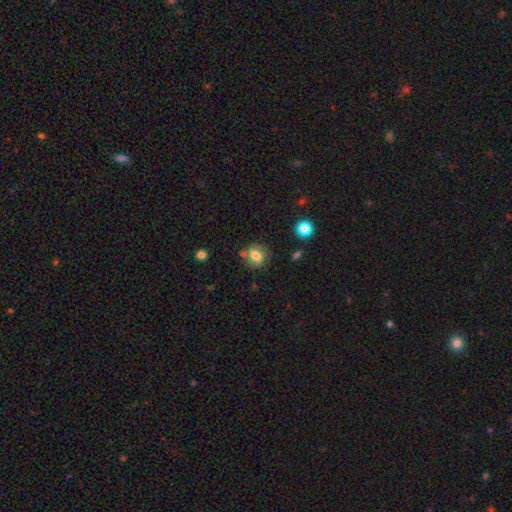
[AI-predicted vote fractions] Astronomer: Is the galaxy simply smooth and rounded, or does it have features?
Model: smooth — 70%.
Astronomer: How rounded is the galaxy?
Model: round — 57% (runner-up: in between, 42%).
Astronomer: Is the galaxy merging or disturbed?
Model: none — 67%.